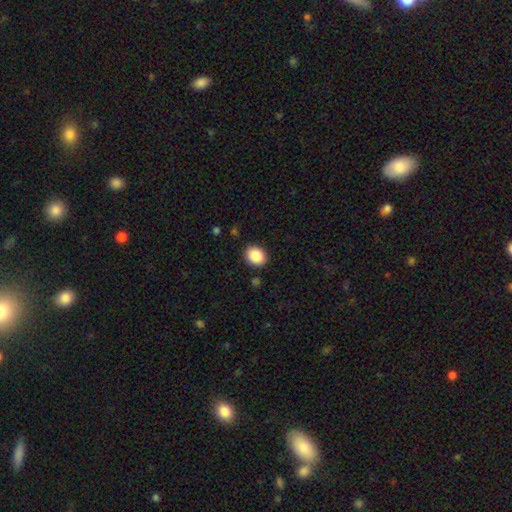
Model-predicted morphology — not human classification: Smooth or featured? smooth (88%)
How rounded? round (62%)
Merging? none (88%)